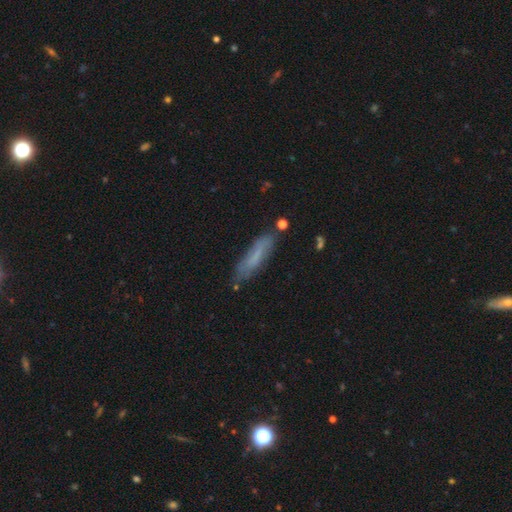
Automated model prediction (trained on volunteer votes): smooth 63%, featured or disk 29%, star or artifact 9%. Down the decision tree: how rounded — cigar-shaped (74%); merging — none (71%).